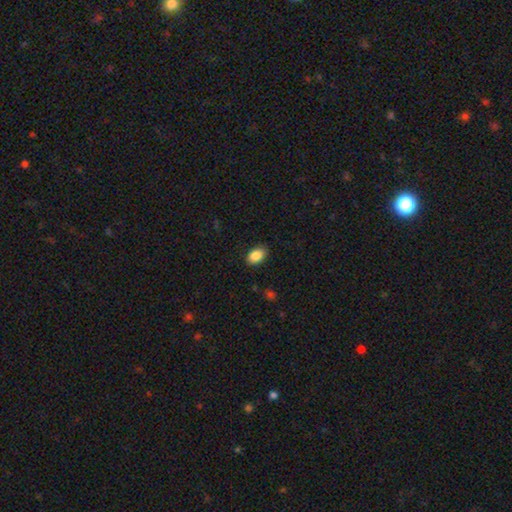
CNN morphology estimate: The model was most divided on "merging": none: 86%, minor disturbance: 11%, major disturbance: 2%, merger: 1%. More confident: how rounded — in between (90%); smooth or featured — smooth (88%).